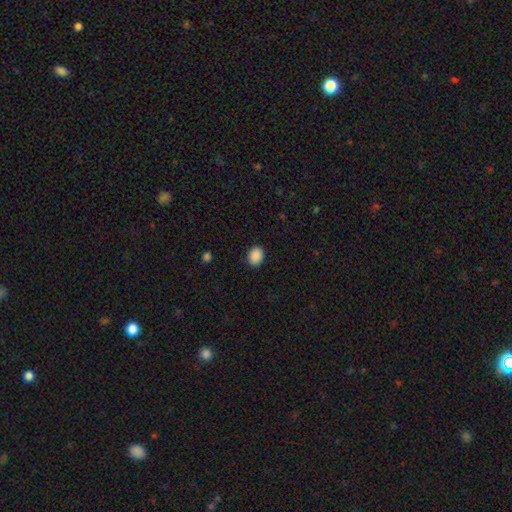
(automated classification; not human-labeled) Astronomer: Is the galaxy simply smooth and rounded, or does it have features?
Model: smooth — 89%.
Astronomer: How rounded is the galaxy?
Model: in between — 62% (runner-up: round, 37%).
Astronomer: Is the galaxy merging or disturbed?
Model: none — 88%.